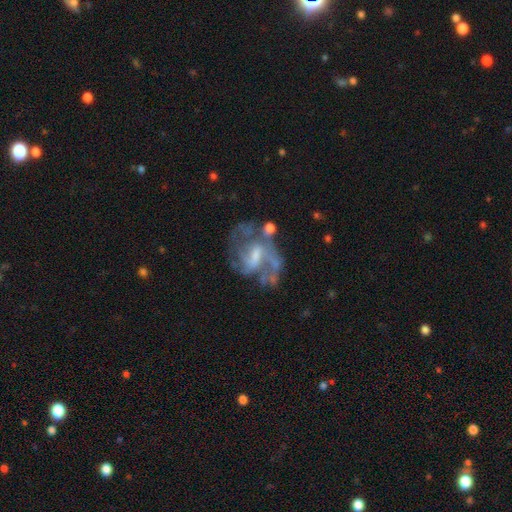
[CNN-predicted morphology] Overall: featured or disk (81%). Edge-on disk: no (97%). Bar: weak (54%; no 25%). Spiral arms: yes (83%). Spiral arm count: 2 (37%; can't tell 27%). Spiral winding: medium (48%; loose 29%). Bulge size: moderate (40%; small 36%). Merging: none (47%; major disturbance 25%).